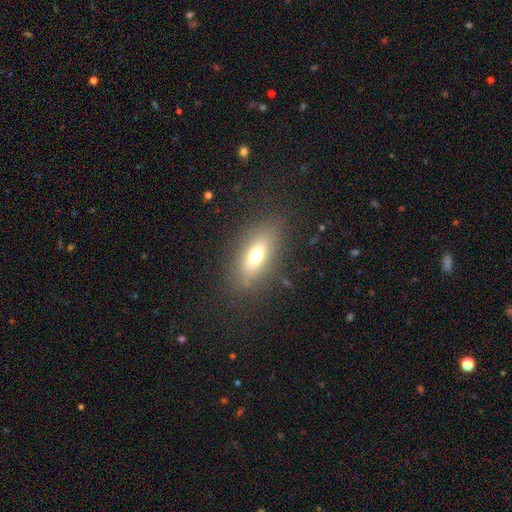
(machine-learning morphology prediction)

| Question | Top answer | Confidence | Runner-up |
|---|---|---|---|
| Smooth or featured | smooth | 65% | featured or disk (23%) |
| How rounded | in between | 73% | cigar-shaped (21%) |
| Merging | none | 81% | minor disturbance (12%) |